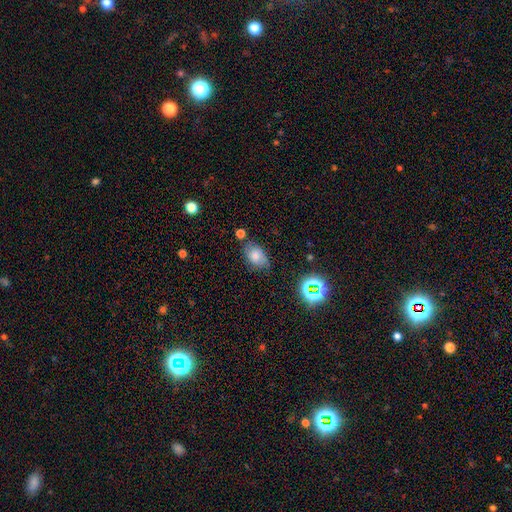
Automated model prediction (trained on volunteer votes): Q: Smooth or featured?
A: smooth (68%); runner-up: featured or disk (18%)
Q: How rounded?
A: in between (81%); runner-up: round (17%)
Q: Merging?
A: none (62%); runner-up: minor disturbance (26%)